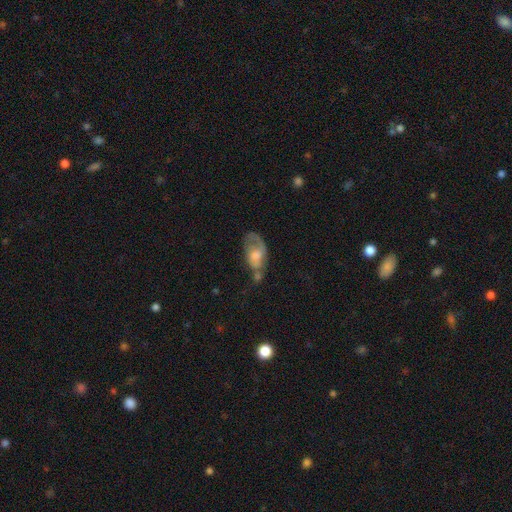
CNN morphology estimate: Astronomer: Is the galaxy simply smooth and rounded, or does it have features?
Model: smooth — 48% (runner-up: featured or disk, 45%).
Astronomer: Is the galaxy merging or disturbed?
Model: major disturbance — 29% (runner-up: none, 26%).